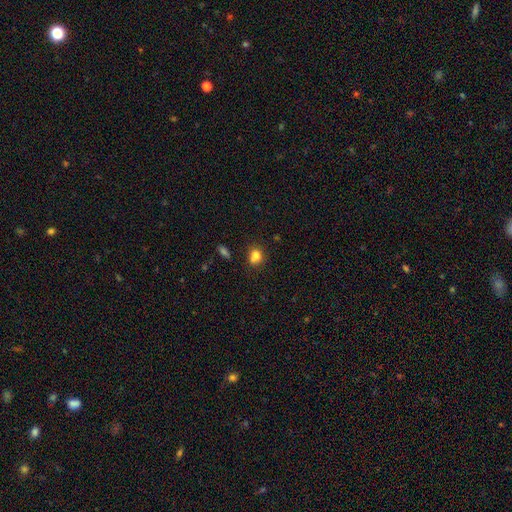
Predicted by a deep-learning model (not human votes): Smooth or featured? Predicted: smooth (p=0.78). How rounded? Predicted: round (p=0.62). Merging? Predicted: none (p=0.50).